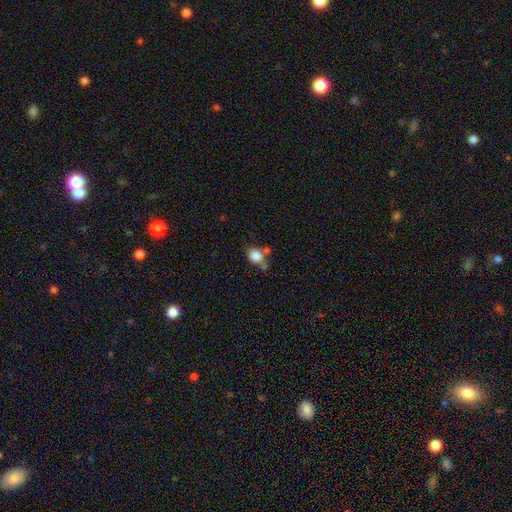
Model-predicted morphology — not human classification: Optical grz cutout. It shows a smooth galaxy with no disk features (83%) that is round (55%). Merging: none (49%).